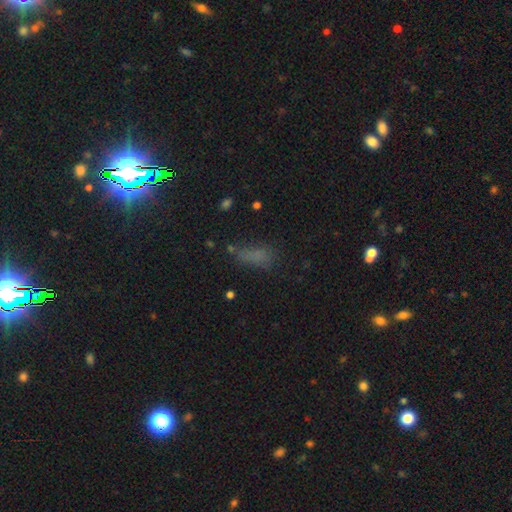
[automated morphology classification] A smooth galaxy with no disk features (65%) that is in between round and cigar-shaped (65%).

Vote fractions:
- Smooth or featured? smooth: 65% / star or artifact: 24% / featured or disk: 11%
- How rounded? in between: 65% / cigar-shaped: 29% / round: 6%
- Merging? none: 54% / minor disturbance: 24% / major disturbance: 16% / merger: 6%